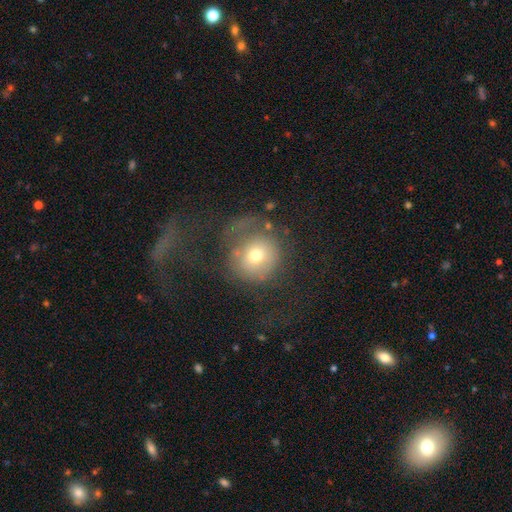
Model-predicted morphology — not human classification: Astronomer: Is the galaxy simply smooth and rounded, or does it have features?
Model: smooth — 64%.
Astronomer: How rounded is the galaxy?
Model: round — 87%.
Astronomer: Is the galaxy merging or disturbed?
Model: major disturbance — 41% (runner-up: none, 37%).